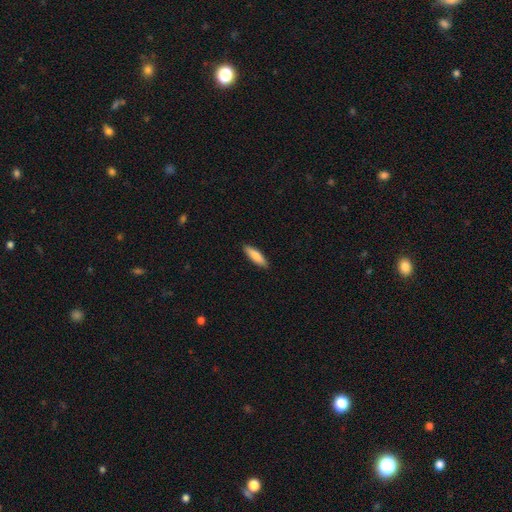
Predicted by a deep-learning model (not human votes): Smooth or featured?
  - smooth: 83% *
  - featured or disk: 11%
  - star or artifact: 5%
How rounded?
  - cigar-shaped: 60% *
  - in between: 38%
  - round: 2%
Merging?
  - none: 90% *
  - minor disturbance: 8%
  - major disturbance: 2%
  - merger: 1%